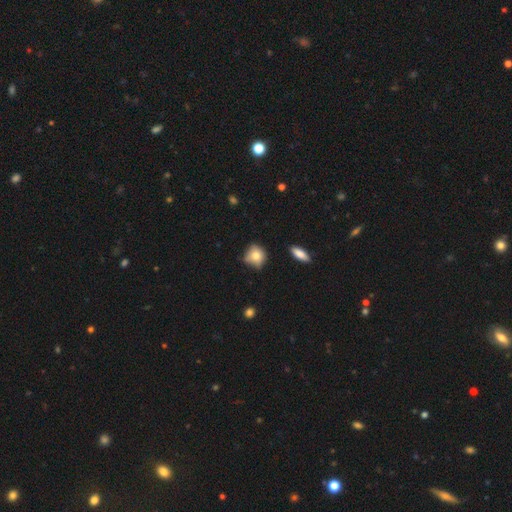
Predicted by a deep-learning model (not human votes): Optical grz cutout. It shows a smooth galaxy with no disk features (74%) that is round (79%). Merging: none (57%).